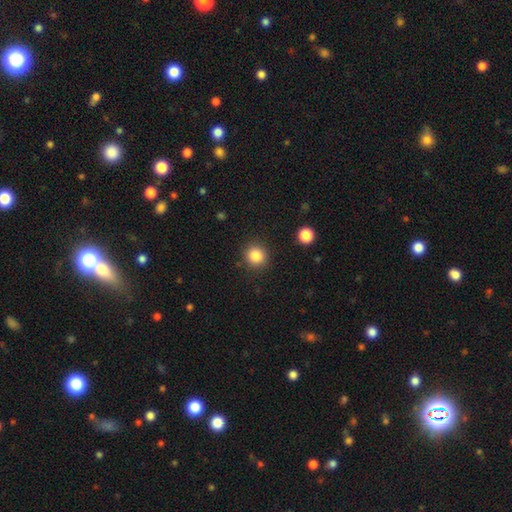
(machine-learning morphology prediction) A smooth galaxy with no disk features (84%) that is round (91%). Merging: none (90%).